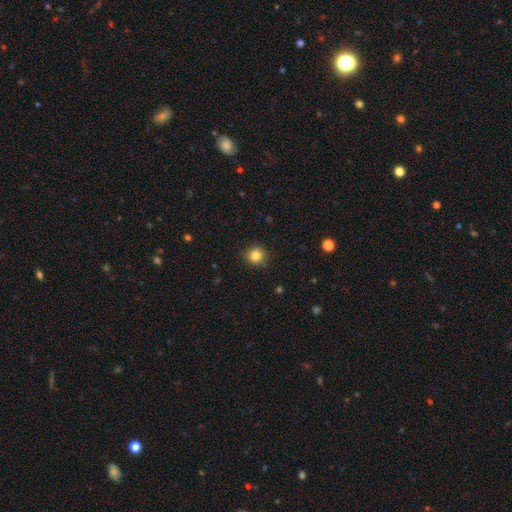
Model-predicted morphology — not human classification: Smooth or featured? smooth (83%)
How rounded? round (93%)
Merging? none (91%)